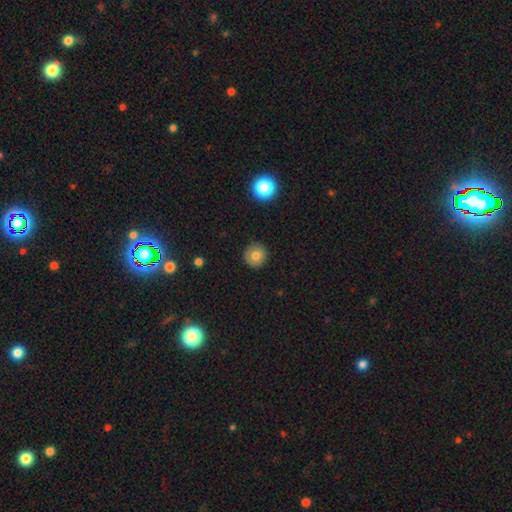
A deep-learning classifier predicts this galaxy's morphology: A smooth galaxy with no disk features (77%) that is round (94%).

Vote fractions:
- Smooth or featured? smooth: 77% / featured or disk: 13% / star or artifact: 10%
- How rounded? round: 94% / in between: 5% / cigar-shaped: 1%
- Merging? none: 91% / minor disturbance: 6% / major disturbance: 2% / merger: 1%